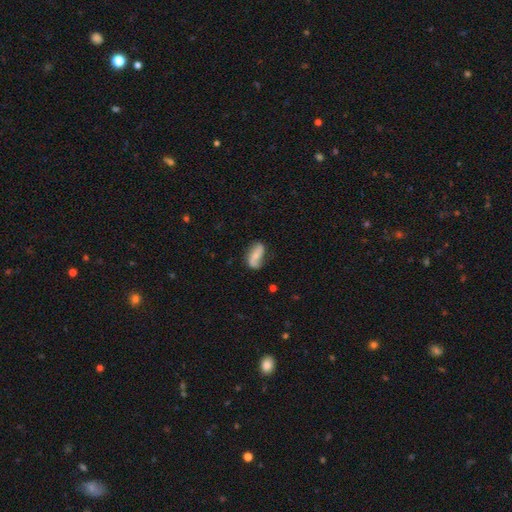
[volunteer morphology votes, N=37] featured or disk 76%, smooth 24%, star or artifact 0%. Down the decision tree: edge-on disk — no (89%); bar — weak (40%, tied with no); spiral arms — yes (80%); spiral arm count — 2 (90%); spiral winding — loose (95%); bulge size — small (64%); merging — none (84%).